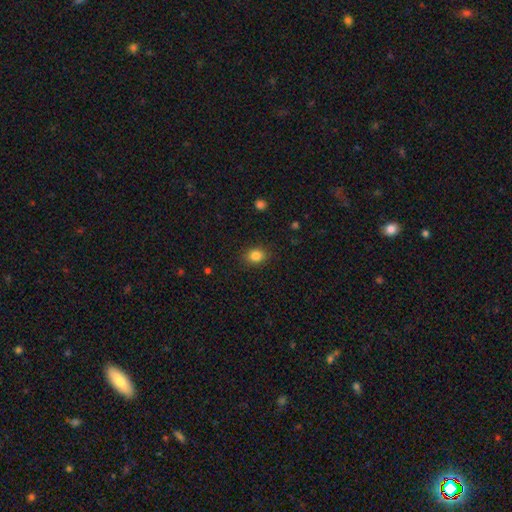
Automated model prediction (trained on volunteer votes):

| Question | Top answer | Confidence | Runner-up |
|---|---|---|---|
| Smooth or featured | smooth | 84% | star or artifact (11%) |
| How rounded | round | 51% | in between (48%) |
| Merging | none | 88% | minor disturbance (9%) |